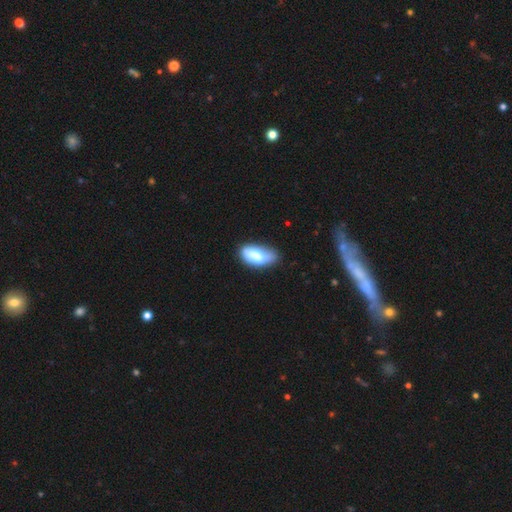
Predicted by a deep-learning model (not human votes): smooth 75%, featured or disk 18%, star or artifact 7%. Down the decision tree: how rounded — in between (89%); merging — none (52%).